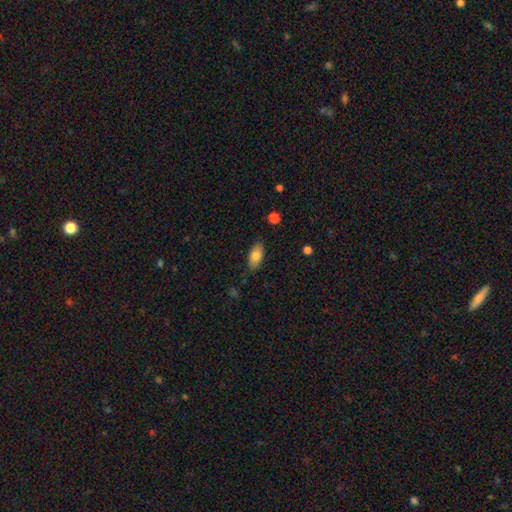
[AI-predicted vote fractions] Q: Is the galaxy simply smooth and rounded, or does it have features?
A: smooth — 78%.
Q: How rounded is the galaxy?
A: in between — 89%.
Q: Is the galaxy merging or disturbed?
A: none — 85%.